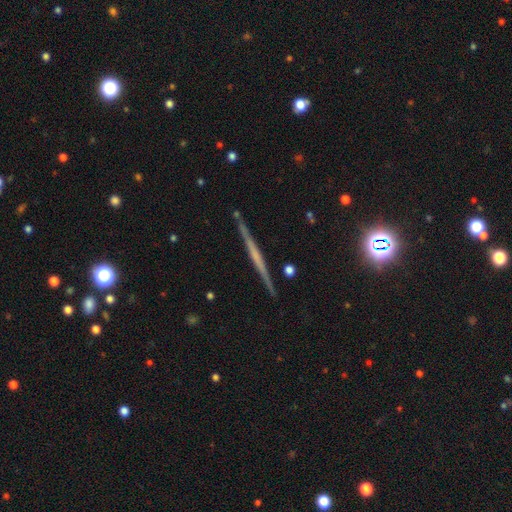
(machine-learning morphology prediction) type=featured or disk (69%); edge-on=yes (98%); edge-on bulge=none (70%); merging=none (90%).